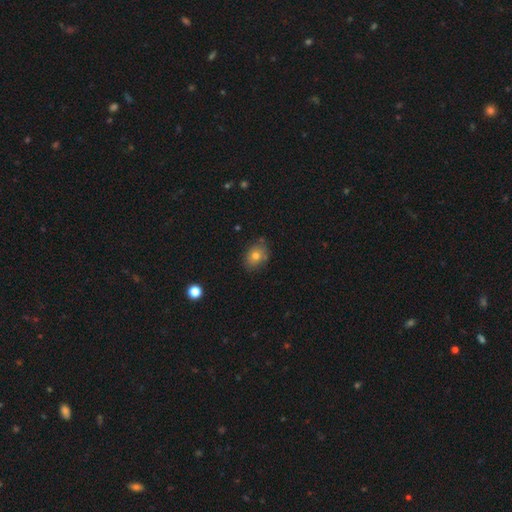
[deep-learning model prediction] smooth_or_featured: smooth (p=0.75) [alt: featured or disk p=0.13]
how_rounded: in between (p=0.64) [alt: round p=0.35]
merging: none (p=0.77) [alt: minor disturbance p=0.17]